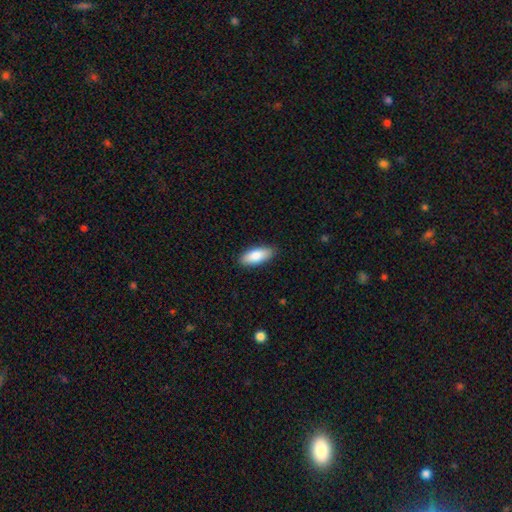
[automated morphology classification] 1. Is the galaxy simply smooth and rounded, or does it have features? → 83% smooth, 12% featured or disk, 6% star or artifact.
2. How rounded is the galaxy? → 81% in between, 17% cigar-shaped, 2% round.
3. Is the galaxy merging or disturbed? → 87% none, 10% minor disturbance, 2% major disturbance, 1% merger.